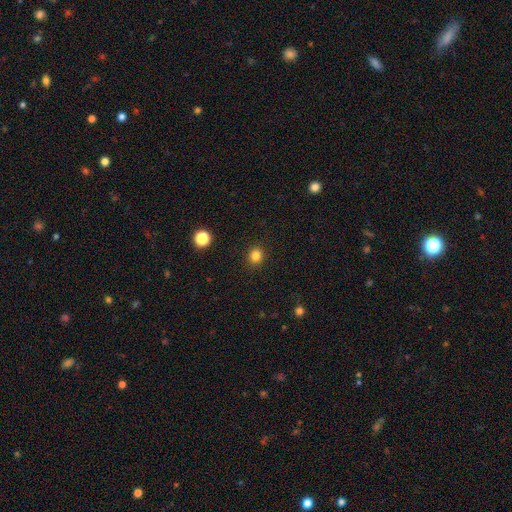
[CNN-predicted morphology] Smooth or featured? Predicted: smooth (p=0.83). How rounded? Predicted: round (p=0.86). Merging? Predicted: none (p=0.91).